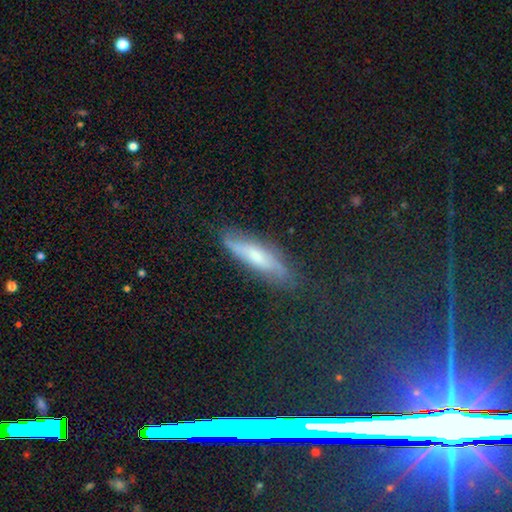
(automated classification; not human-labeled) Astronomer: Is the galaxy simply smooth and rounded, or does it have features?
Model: smooth — 46% (runner-up: featured or disk, 44%).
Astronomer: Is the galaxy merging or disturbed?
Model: none — 76%.